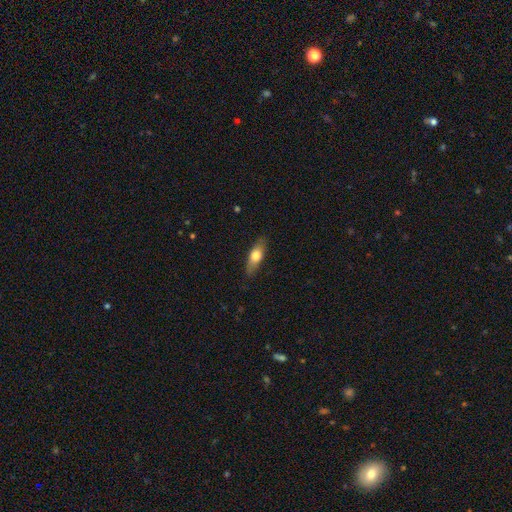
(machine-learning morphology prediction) smooth-or-featured: smooth: 68% | featured or disk: 26% | star or artifact: 6%
  how-rounded: in between: 63% | cigar-shaped: 33% | round: 4%
  merging: none: 82% | minor disturbance: 14% | major disturbance: 3% | merger: 1%